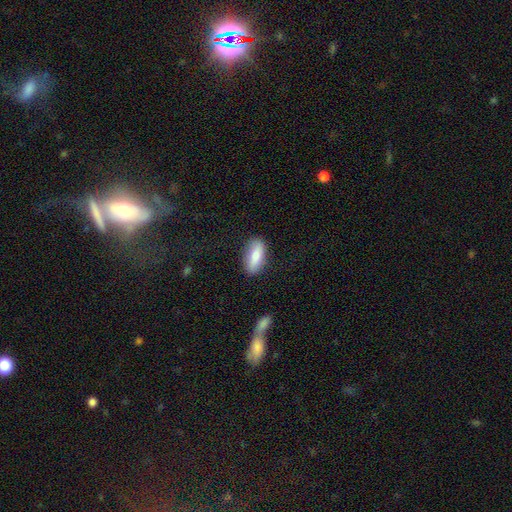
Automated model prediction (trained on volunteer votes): Q: Smooth or featured?
A: smooth (79%); runner-up: featured or disk (15%)
Q: How rounded?
A: in between (80%); runner-up: cigar-shaped (17%)
Q: Merging?
A: none (85%); runner-up: minor disturbance (11%)